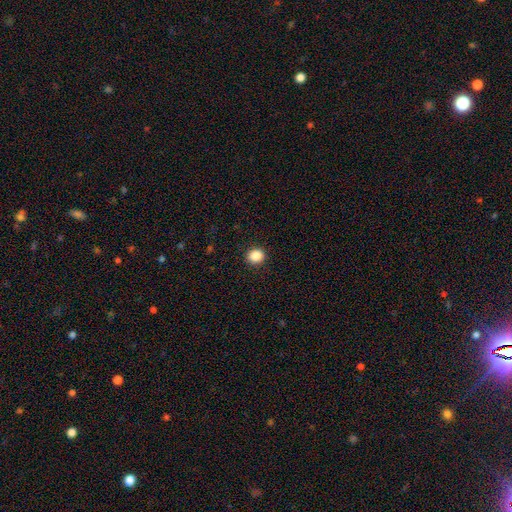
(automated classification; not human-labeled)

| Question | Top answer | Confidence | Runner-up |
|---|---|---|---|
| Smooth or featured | smooth | 87% | star or artifact (10%) |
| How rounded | round | 83% | in between (16%) |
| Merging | none | 92% | minor disturbance (5%) |